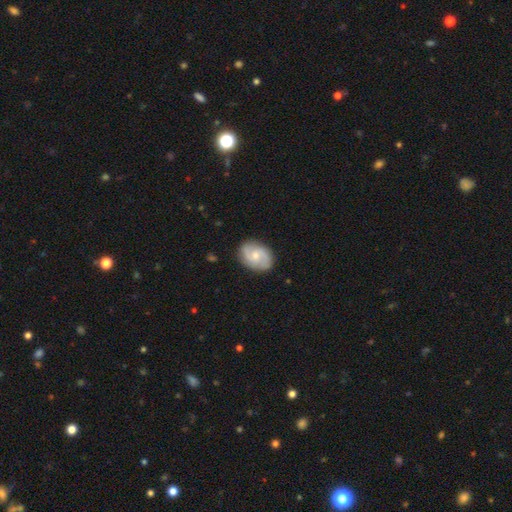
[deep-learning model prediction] A featured or disk galaxy (67%) with no bar (57%), 2 (81%) medium (48%) spiral arms (92%) and a small central bulge (52%).

Vote fractions:
- Smooth or featured? featured or disk: 67% / smooth: 27% / star or artifact: 6%
- Edge-on disk? no: 97% / yes: 3%
- Bar? no: 57% / weak: 38% / strong: 5%
- Spiral arms? yes: 92% / no: 8%
- Spiral winding? medium: 48% / loose: 27% / tight: 25%
- Spiral arm count? 2: 81% / can't tell: 9% / 3: 5% / 1: 2% / 4: 2% / more than 4: 1%
- Bulge size? small: 52% / moderate: 42% / none: 3% / large: 2% / dominant: 1%
- Merging? none: 82% / minor disturbance: 13% / major disturbance: 3% / merger: 1%